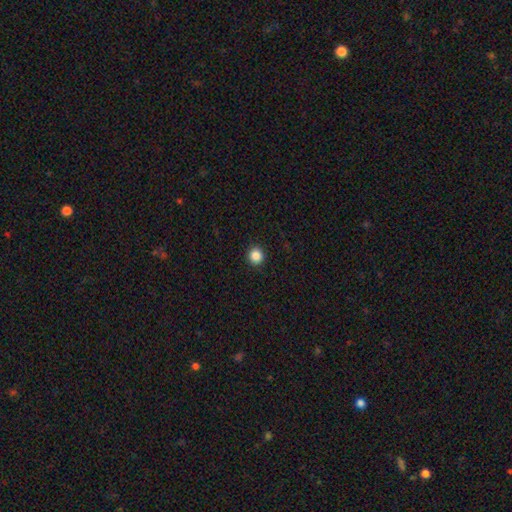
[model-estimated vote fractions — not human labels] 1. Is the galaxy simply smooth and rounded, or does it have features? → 87% smooth, 10% star or artifact, 3% featured or disk.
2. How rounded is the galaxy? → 92% round, 7% in between, 1% cigar-shaped.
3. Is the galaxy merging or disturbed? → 93% none, 5% minor disturbance, 2% major disturbance, 1% merger.